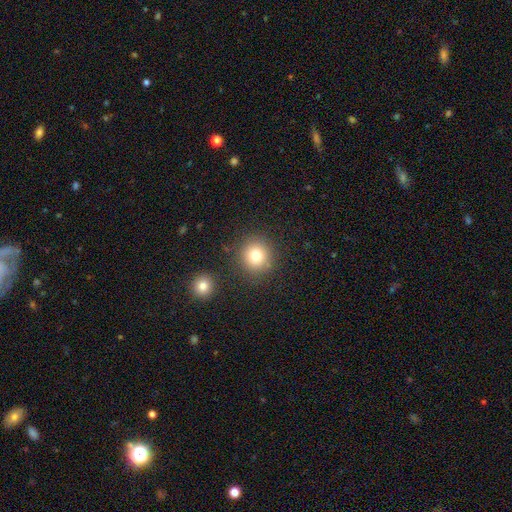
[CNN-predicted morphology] Smooth or featured?
  - smooth: 77% *
  - star or artifact: 13%
  - featured or disk: 10%
How rounded?
  - round: 92% *
  - in between: 7%
  - cigar-shaped: 1%
Merging?
  - none: 85% *
  - minor disturbance: 8%
  - merger: 5%
  - major disturbance: 3%